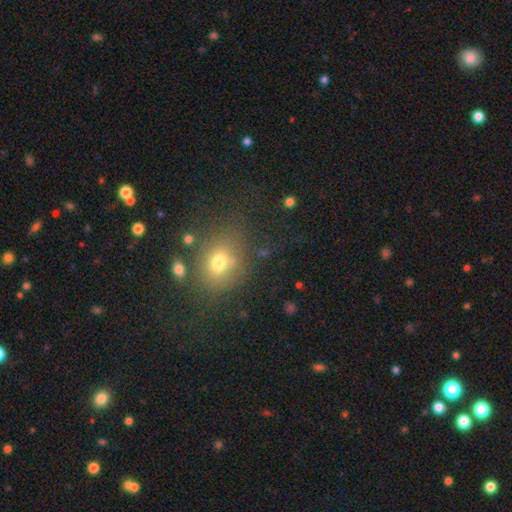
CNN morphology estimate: A smooth galaxy with no disk features (60%) that is round (62%). Merging: none (80%).